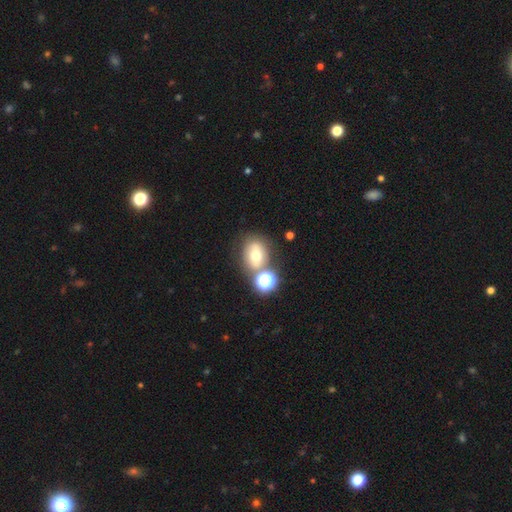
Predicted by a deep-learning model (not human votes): A smooth galaxy with no disk features (60%) that is round (51%).

Vote fractions:
- Smooth or featured? smooth: 60% / featured or disk: 22% / star or artifact: 18%
- How rounded? round: 51% / in between: 48% / cigar-shaped: 1%
- Merging? none: 52% / merger: 26% / minor disturbance: 15% / major disturbance: 7%